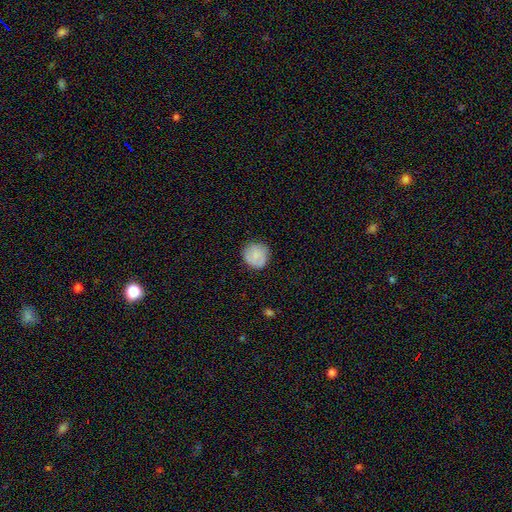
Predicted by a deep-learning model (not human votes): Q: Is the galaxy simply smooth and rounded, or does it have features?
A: smooth — 76%.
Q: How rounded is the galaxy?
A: round — 91%.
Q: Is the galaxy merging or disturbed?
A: none — 83%.